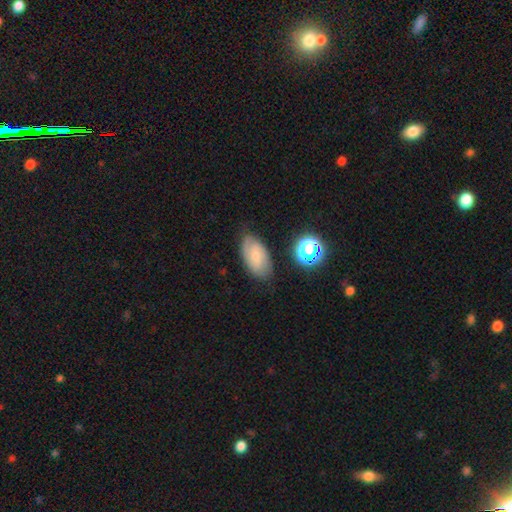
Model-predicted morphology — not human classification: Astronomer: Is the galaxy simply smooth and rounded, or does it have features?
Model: smooth — 45% (runner-up: featured or disk, 44%).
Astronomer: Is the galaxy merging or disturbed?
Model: none — 72%.